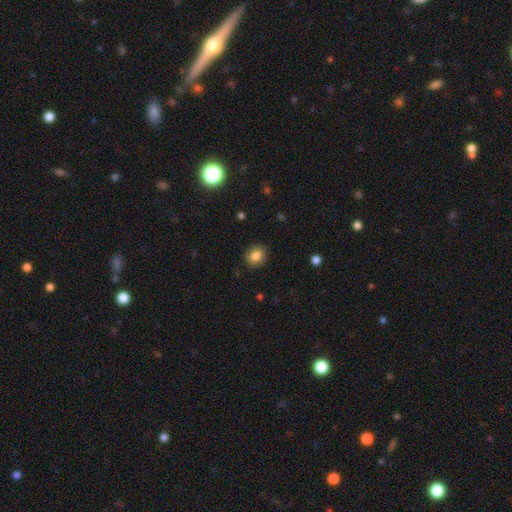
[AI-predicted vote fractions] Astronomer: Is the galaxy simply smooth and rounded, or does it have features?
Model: smooth — 84%.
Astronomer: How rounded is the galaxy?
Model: round — 67%.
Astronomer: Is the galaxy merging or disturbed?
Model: none — 88%.